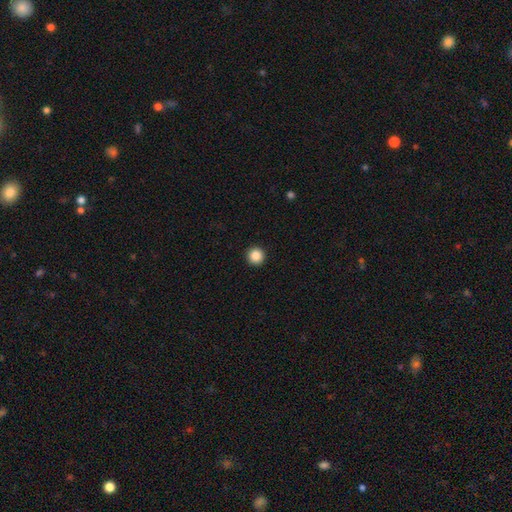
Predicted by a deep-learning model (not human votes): Q: Smooth or featured?
A: smooth (87%); runner-up: star or artifact (10%)
Q: How rounded?
A: round (97%); runner-up: in between (3%)
Q: Merging?
A: none (94%); runner-up: minor disturbance (4%)